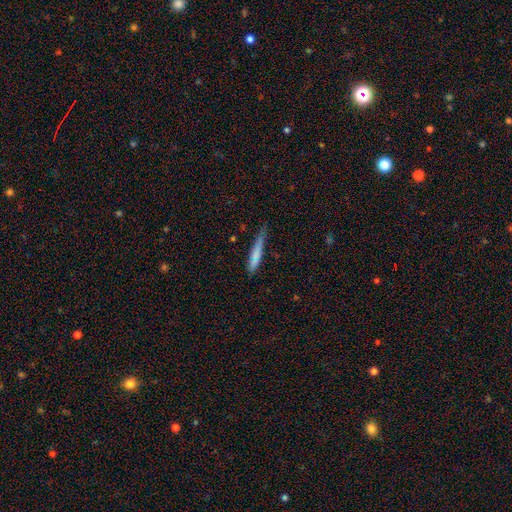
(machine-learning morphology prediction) type=smooth (70%); roundness=cigar-shaped (90%); merging=none (55%).